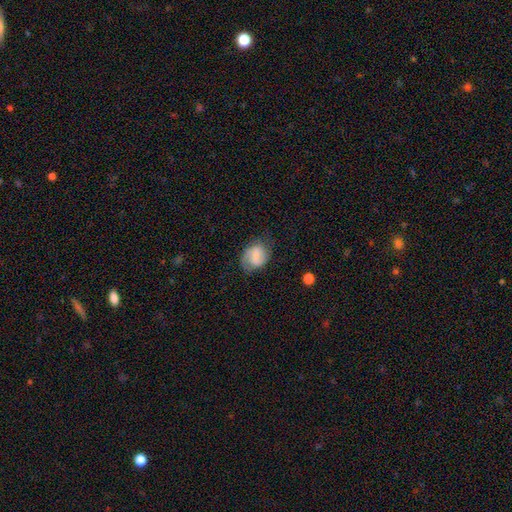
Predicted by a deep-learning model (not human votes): Smooth or featured?
  - featured or disk: 49% *
  - smooth: 43%
  - star or artifact: 8%
Merging?
  - none: 63% *
  - minor disturbance: 24%
  - major disturbance: 11%
  - merger: 2%